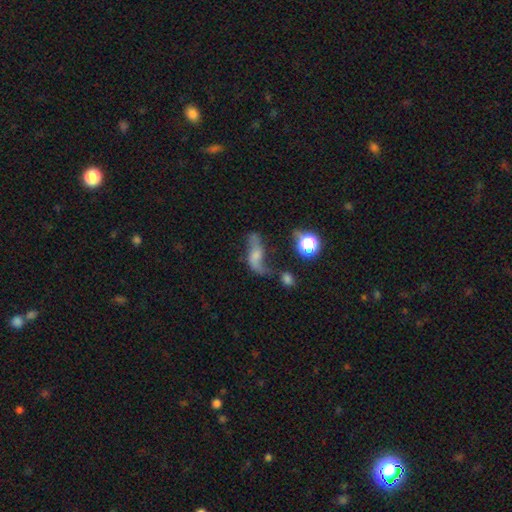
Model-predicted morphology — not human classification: This is likely a featured or disk galaxy (64%). It is clearly not viewed edge-on (90%). Bar: possibly no (57%). Spiral arm pattern: clearly yes (84%). Central bulge: marginally small (30%, tied with none). Merging: marginally none (40%).